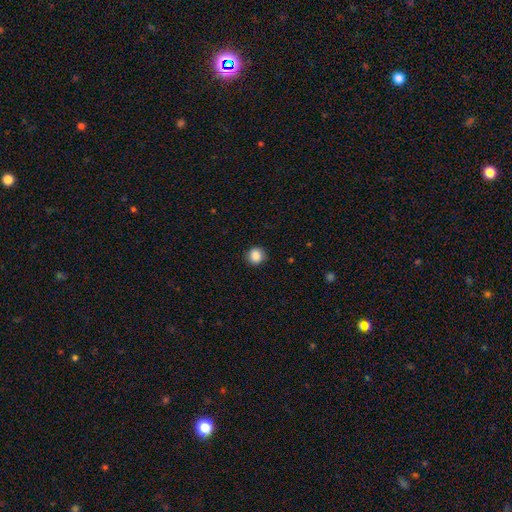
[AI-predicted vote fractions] Overall: smooth (87%). How rounded: round (89%). Merging: none (88%).